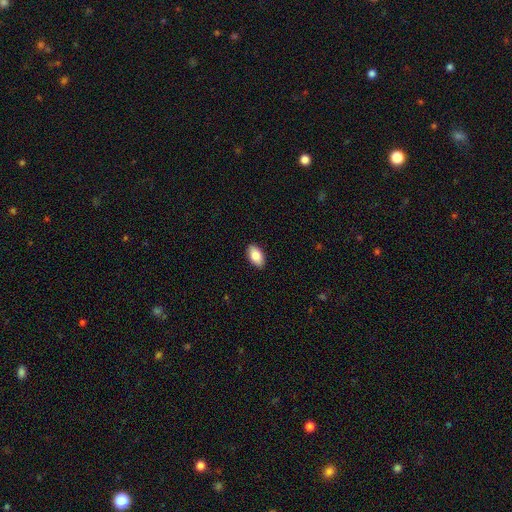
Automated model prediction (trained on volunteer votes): This is clearly a smooth galaxy (86%). How rounded: clearly in between (94%). Merging: clearly none (90%).